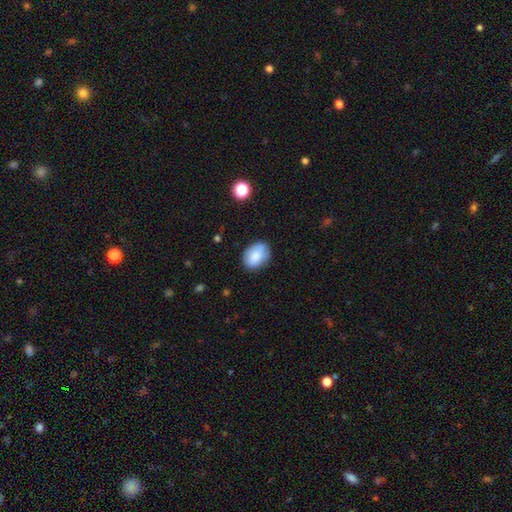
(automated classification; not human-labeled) Q: Smooth or featured?
A: smooth (83%); runner-up: featured or disk (9%)
Q: How rounded?
A: in between (74%); runner-up: round (25%)
Q: Merging?
A: none (78%); runner-up: minor disturbance (18%)